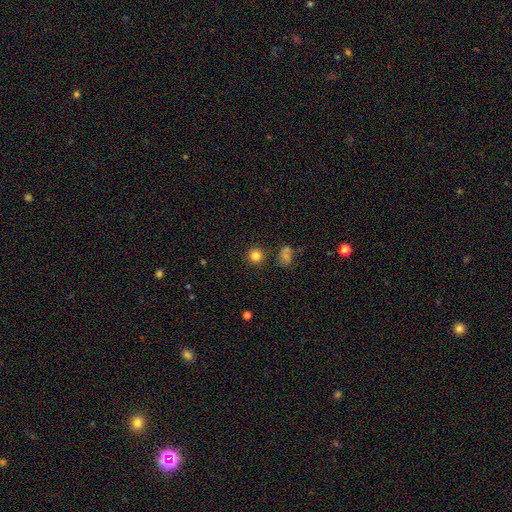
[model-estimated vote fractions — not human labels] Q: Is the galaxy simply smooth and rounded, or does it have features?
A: smooth — 82%.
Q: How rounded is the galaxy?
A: round — 92%.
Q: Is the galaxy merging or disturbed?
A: none — 86%.